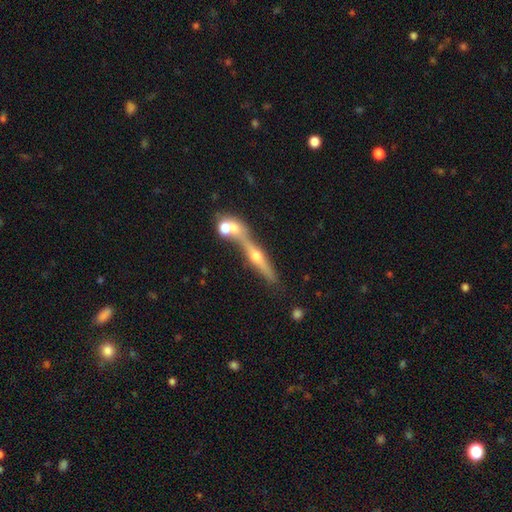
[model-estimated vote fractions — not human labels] Smooth or featured? featured or disk (75%)
Edge-on disk? yes (94%)
Edge-on bulge? rounded (93%)
Merging? none (58%)